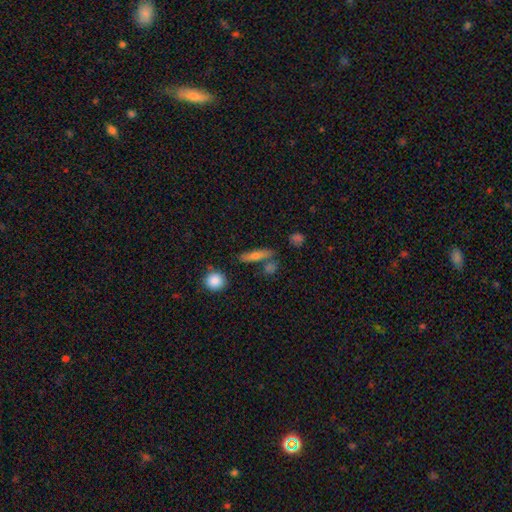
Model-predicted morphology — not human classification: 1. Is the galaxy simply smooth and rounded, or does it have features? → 61% smooth, 29% featured or disk, 10% star or artifact.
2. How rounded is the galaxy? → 72% cigar-shaped, 22% in between, 6% round.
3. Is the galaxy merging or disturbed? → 70% none, 13% merger, 12% minor disturbance, 4% major disturbance.